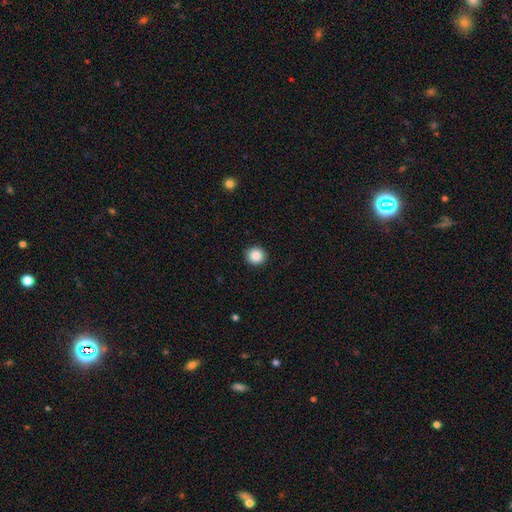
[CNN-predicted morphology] smooth-or-featured: smooth: 88% | star or artifact: 9% | featured or disk: 3%
  how-rounded: round: 93% | in between: 6% | cigar-shaped: 1%
  merging: none: 91% | minor disturbance: 6% | major disturbance: 2% | merger: 1%